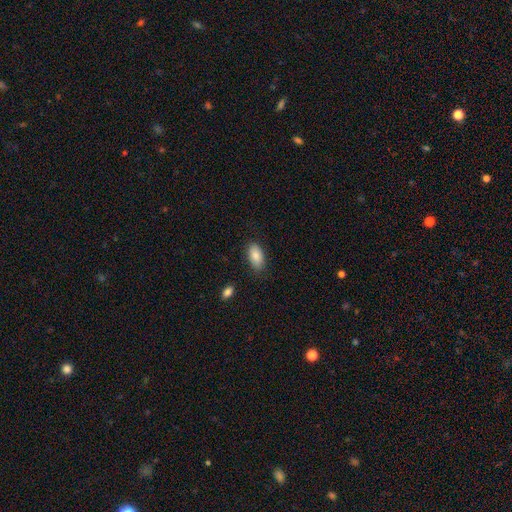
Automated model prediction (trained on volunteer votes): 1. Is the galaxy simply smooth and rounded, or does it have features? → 86% smooth, 7% featured or disk, 7% star or artifact.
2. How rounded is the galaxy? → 93% in between, 4% round, 3% cigar-shaped.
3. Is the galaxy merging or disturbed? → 82% none, 14% minor disturbance, 3% major disturbance, 2% merger.